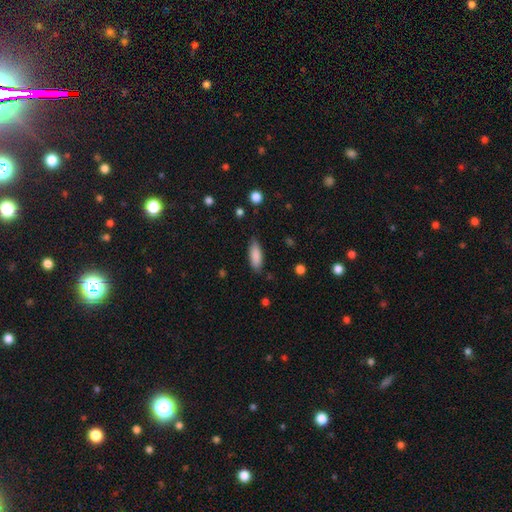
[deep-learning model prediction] Smooth or featured? smooth (87%)
How rounded? in between (69%)
Merging? none (80%)